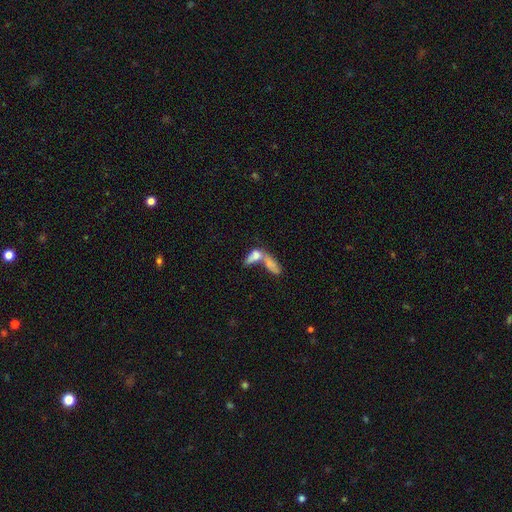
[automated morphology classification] The model was most divided on "smooth or featured": smooth: 62%, featured or disk: 28%, star or artifact: 10%. More confident: merging — merger (72%); how rounded — in between (67%).